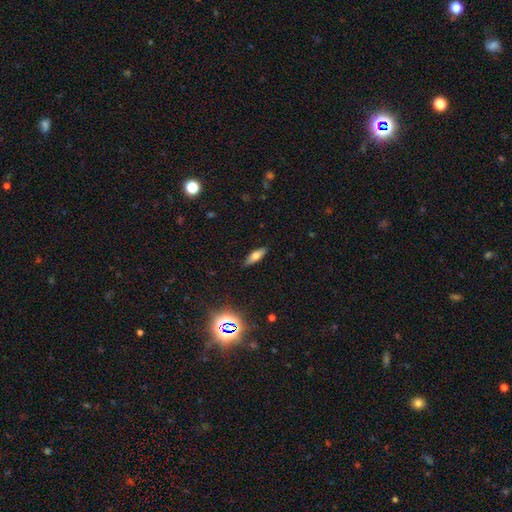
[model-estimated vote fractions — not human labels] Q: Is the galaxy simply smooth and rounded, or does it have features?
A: smooth — 62%.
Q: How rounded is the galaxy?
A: in between — 55%.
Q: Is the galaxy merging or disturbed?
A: none — 87%.